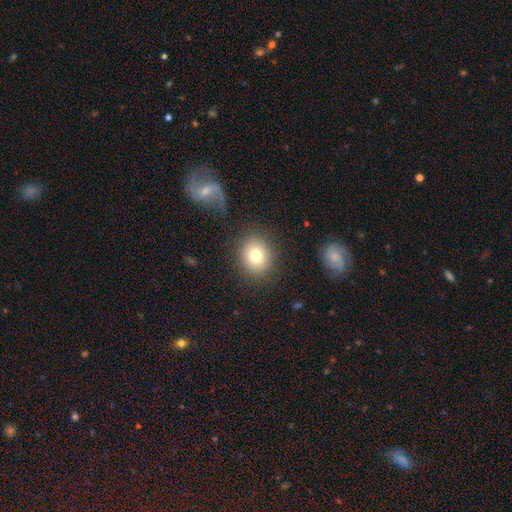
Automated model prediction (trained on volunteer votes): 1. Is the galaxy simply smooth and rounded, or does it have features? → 78% smooth, 11% featured or disk, 11% star or artifact.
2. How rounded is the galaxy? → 72% round, 27% in between, 1% cigar-shaped.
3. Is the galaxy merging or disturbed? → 85% none, 9% minor disturbance, 4% major disturbance, 2% merger.